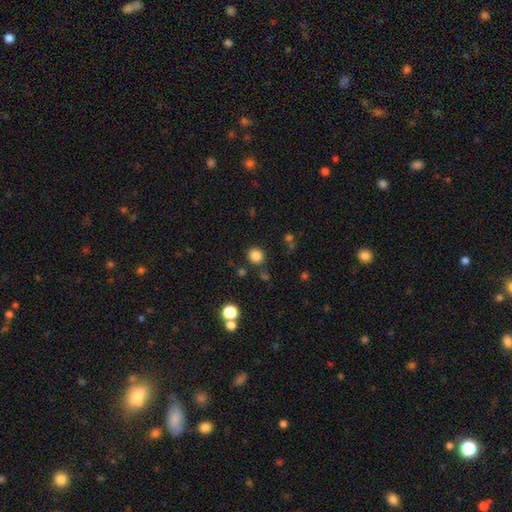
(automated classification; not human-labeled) Q: Smooth or featured?
A: smooth (83%); runner-up: star or artifact (13%)
Q: How rounded?
A: round (92%); runner-up: in between (7%)
Q: Merging?
A: none (85%); runner-up: minor disturbance (7%)